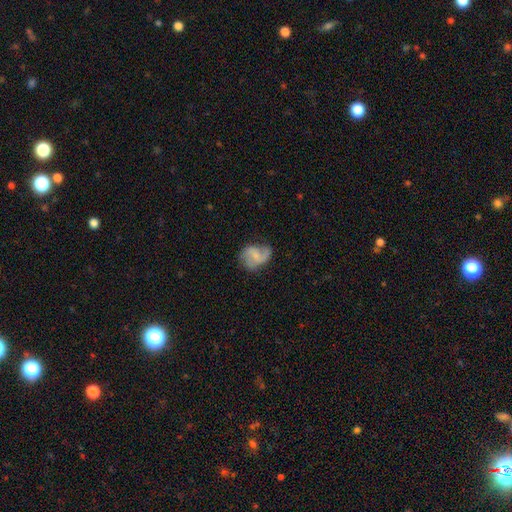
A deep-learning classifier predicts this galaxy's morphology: Q: Smooth or featured?
A: featured or disk (60%); runner-up: smooth (33%)
Q: Edge-on disk?
A: no (98%); runner-up: yes (2%)
Q: Bar?
A: weak (45%); runner-up: no (44%)
Q: Spiral arms?
A: yes (86%); runner-up: no (14%)
Q: Spiral winding?
A: loose (46%); runner-up: medium (41%)
Q: Spiral arm count?
A: 2 (71%); runner-up: can't tell (11%)
Q: Bulge size?
A: small (45%); runner-up: none (28%)
Q: Merging?
A: none (53%); runner-up: minor disturbance (28%)